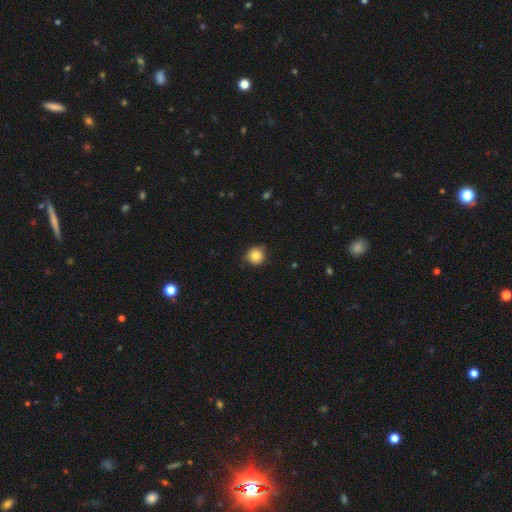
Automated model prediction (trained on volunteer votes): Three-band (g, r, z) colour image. It shows a smooth galaxy with no disk features (82%) that is round (94%). Merging: none (81%).